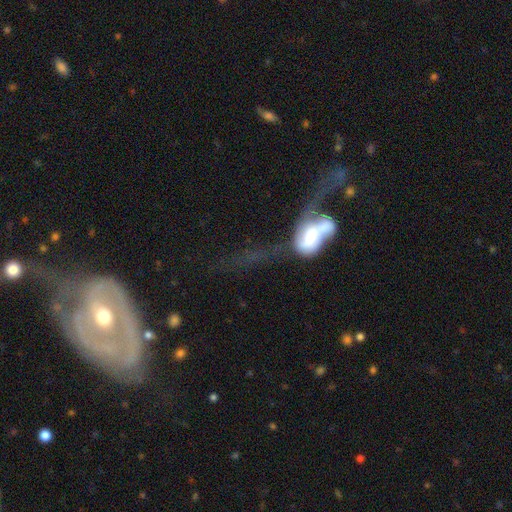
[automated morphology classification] Smooth or featured: featured or disk — 66% (smooth — 20%)
Edge-on disk: no — 81% (yes — 19%)
Bar: no — 66% (weak — 22%)
Spiral arms: yes — 56% (no — 44%)
Bulge size: moderate — 45% (small — 26%)
Merging: merger — 38% (major disturbance — 33%)